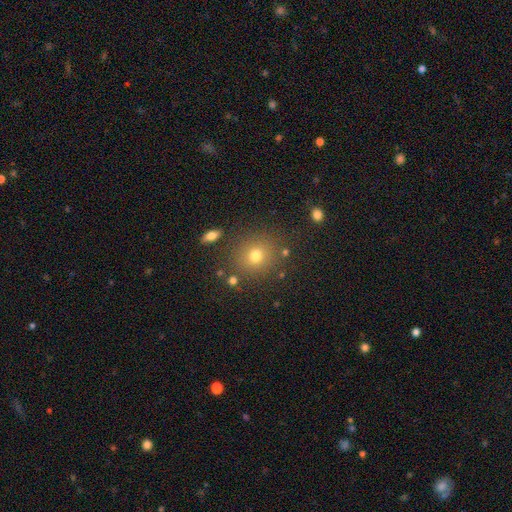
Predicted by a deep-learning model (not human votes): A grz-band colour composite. It shows a smooth galaxy with no disk features (73%) that is round (82%). Merging: none (84%).